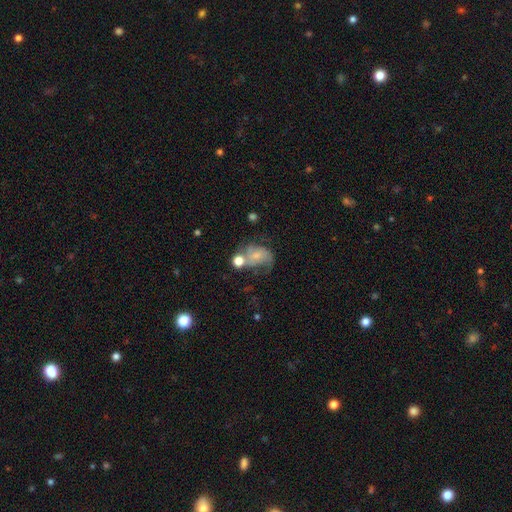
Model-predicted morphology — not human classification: This is possibly a featured or disk galaxy (53%). It is clearly not viewed edge-on (97%). Bar: likely no (69%). Spiral arm pattern: clearly yes (80%). Central bulge: possibly small (58%). Merging: marginally none (31%).